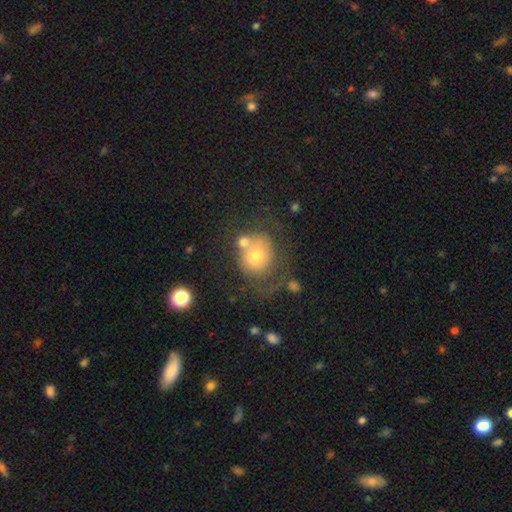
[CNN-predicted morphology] Q: Smooth or featured?
A: smooth (60%); runner-up: featured or disk (28%)
Q: How rounded?
A: round (75%); runner-up: in between (24%)
Q: Merging?
A: none (43%); runner-up: minor disturbance (19%)